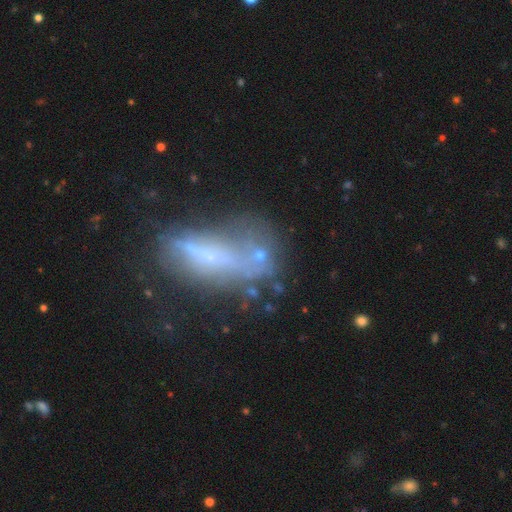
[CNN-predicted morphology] type=featured or disk (49%); merging=none (33%).